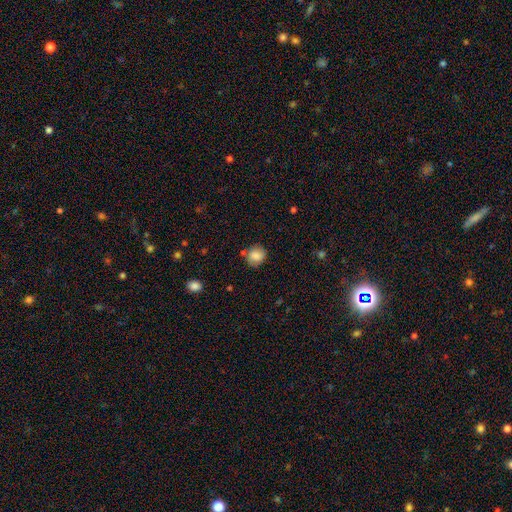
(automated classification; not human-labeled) smooth_or_featured: smooth (p=0.83) [alt: star or artifact p=0.09]
how_rounded: round (p=0.84) [alt: in between p=0.15]
merging: none (p=0.78) [alt: minor disturbance p=0.15]